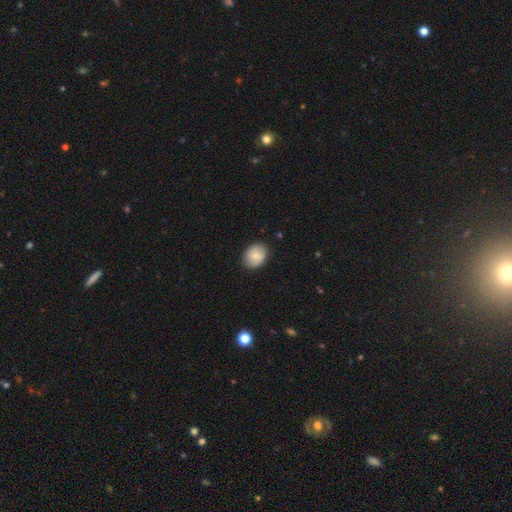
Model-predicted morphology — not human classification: This is clearly a smooth galaxy (81%). How rounded: possibly in between (57%). Merging: clearly none (85%).